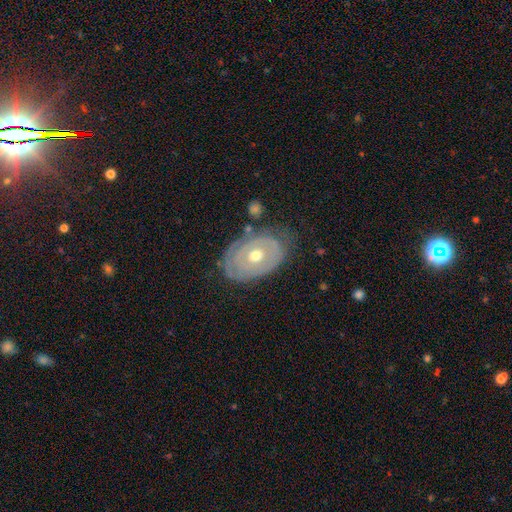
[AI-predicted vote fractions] featured or disk 68%, smooth 26%, star or artifact 6%. Down the decision tree: edge-on disk — no (94%); bar — no (86%); spiral arms — no (51%); bulge size — moderate (74%); merging — none (68%).